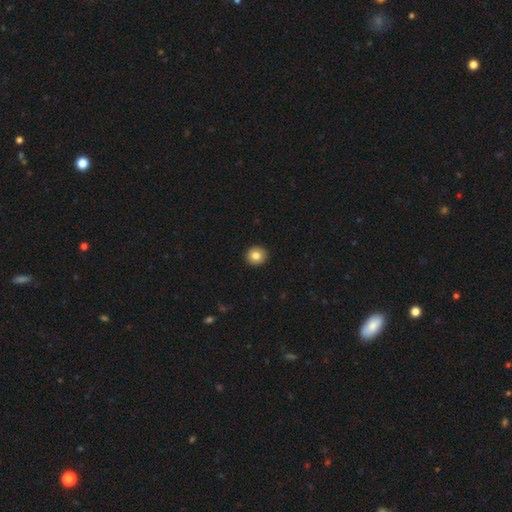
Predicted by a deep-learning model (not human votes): This appears to be a smooth galaxy with no disk features (84%) that is round (93%). Merging: none (93%).